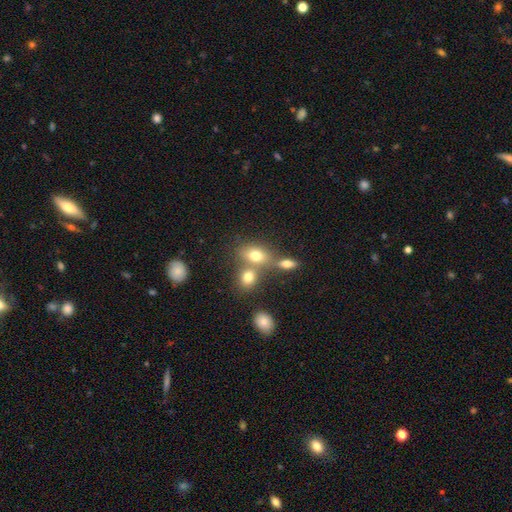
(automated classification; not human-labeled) Smooth or featured? Predicted: smooth (p=0.74). How rounded? Predicted: in between (p=0.67). Merging? Predicted: merger (p=0.43, tied with none).